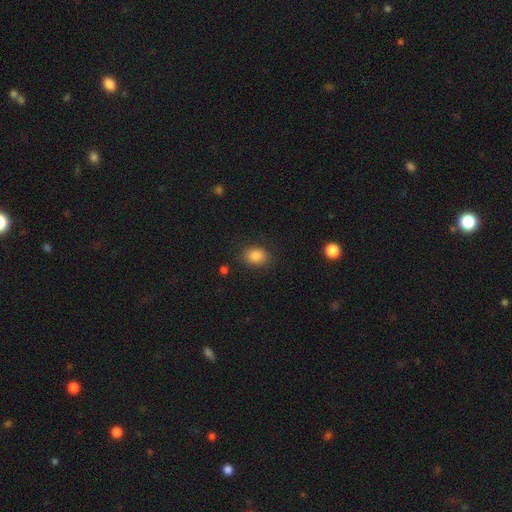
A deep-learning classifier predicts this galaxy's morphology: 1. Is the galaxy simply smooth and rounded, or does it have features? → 84% smooth, 10% star or artifact, 6% featured or disk.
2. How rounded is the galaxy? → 59% in between, 40% round, 1% cigar-shaped.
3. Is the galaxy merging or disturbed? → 84% none, 11% minor disturbance, 4% major disturbance, 2% merger.